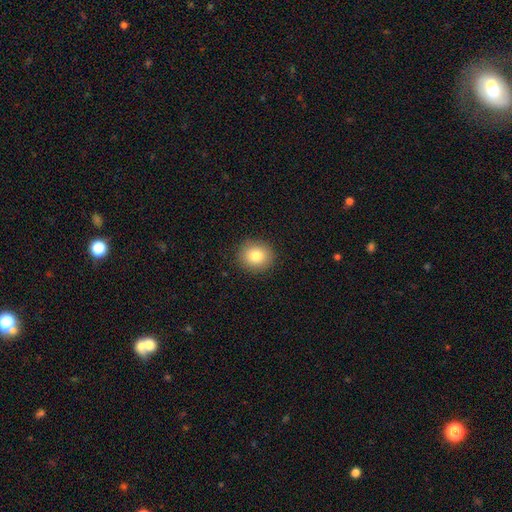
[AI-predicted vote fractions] The model was most divided on "smooth or featured": smooth: 81%, star or artifact: 10%, featured or disk: 9%. More confident: merging — none (90%); how rounded — round (85%).